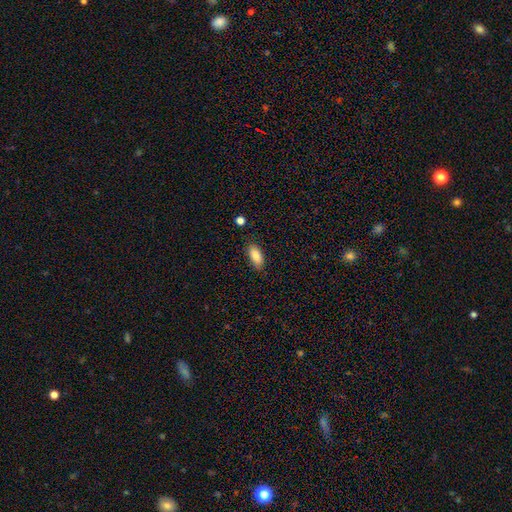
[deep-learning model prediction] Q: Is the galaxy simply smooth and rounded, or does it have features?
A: smooth — 87%.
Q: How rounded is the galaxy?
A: in between — 88%.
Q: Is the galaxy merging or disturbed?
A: none — 82%.